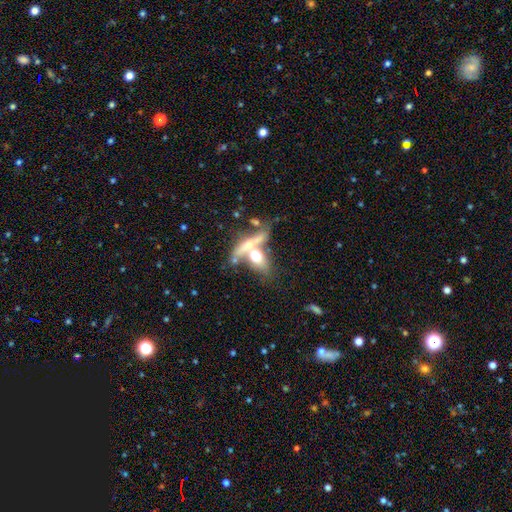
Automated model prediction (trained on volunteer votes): Smooth or featured: smooth — 47% (featured or disk — 43%)
Merging: merger — 56% (none — 26%)